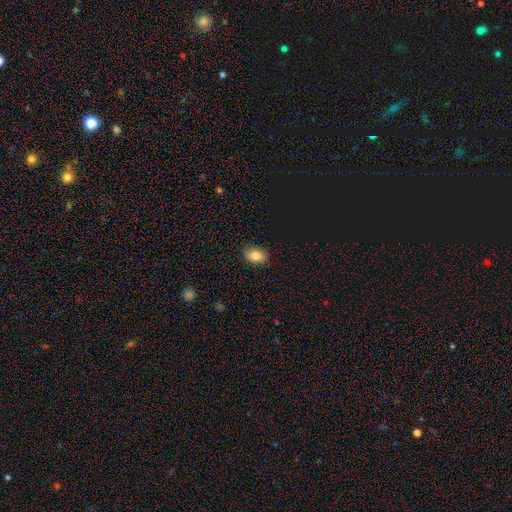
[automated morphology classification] Overall: smooth (81%). How rounded: in between (86%). Merging: none (86%).